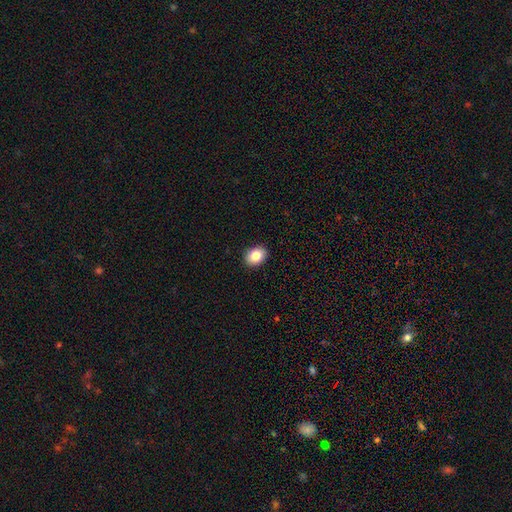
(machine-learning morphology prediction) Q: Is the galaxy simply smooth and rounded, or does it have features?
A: smooth — 86%.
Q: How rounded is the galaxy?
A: in between — 68%.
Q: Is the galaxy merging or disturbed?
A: none — 91%.